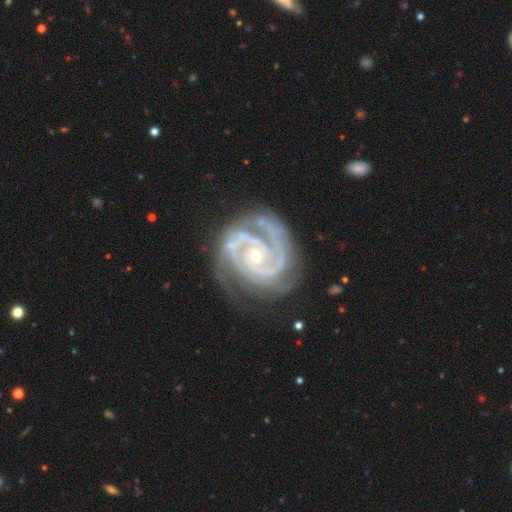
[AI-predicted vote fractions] A featured or disk galaxy (93%) with no bar (68%), 2 (55%) tight (72%) spiral arms (99%) and a small central bulge (65%). Merging: none (70%).